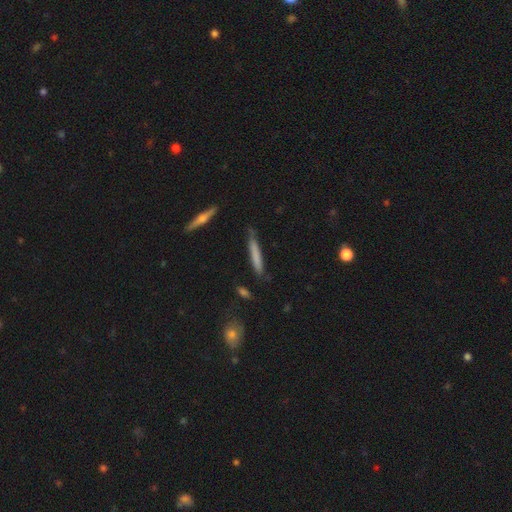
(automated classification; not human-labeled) smooth 67%, featured or disk 26%, star or artifact 7%. Down the decision tree: how rounded — cigar-shaped (94%); merging — none (77%).